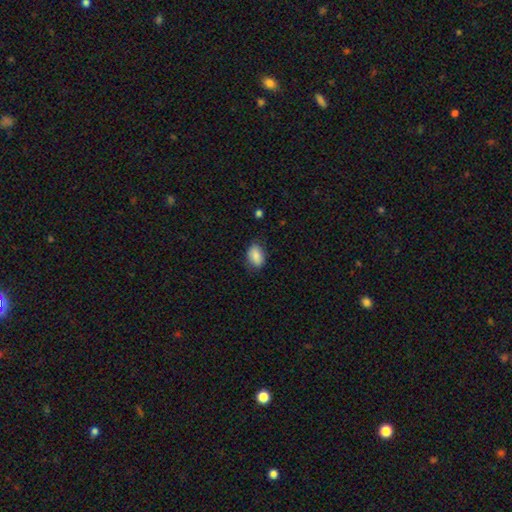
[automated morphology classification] smooth 86%, star or artifact 7%, featured or disk 6%. Down the decision tree: how rounded — in between (87%); merging — none (76%).